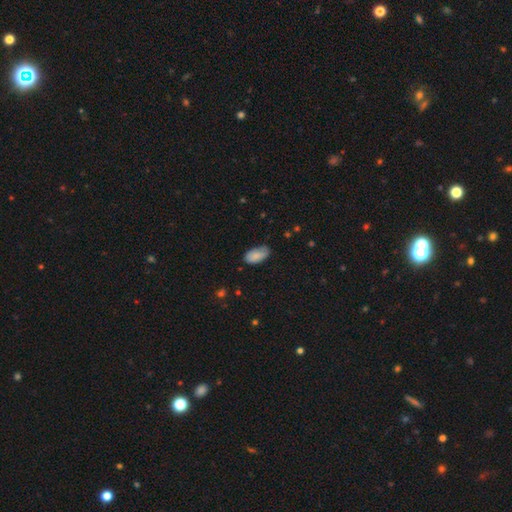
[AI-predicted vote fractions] Smooth or featured?
  - smooth: 86% *
  - featured or disk: 7%
  - star or artifact: 7%
How rounded?
  - in between: 94% *
  - cigar-shaped: 3%
  - round: 3%
Merging?
  - none: 68% *
  - minor disturbance: 26%
  - major disturbance: 4%
  - merger: 1%